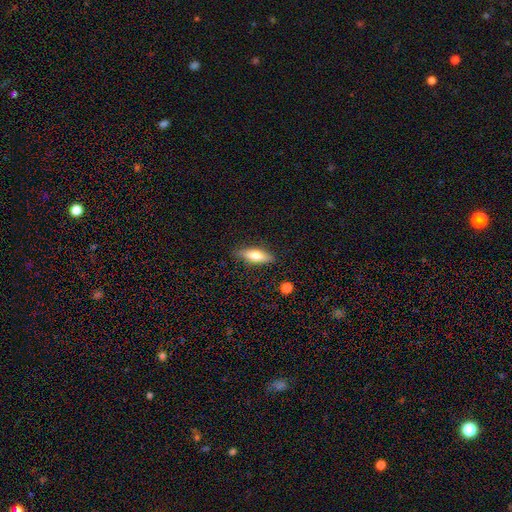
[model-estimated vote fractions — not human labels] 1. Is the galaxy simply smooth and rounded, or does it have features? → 65% smooth, 29% featured or disk, 6% star or artifact.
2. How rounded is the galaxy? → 56% in between, 42% cigar-shaped, 3% round.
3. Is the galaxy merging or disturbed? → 86% none, 11% minor disturbance, 2% major disturbance, 1% merger.